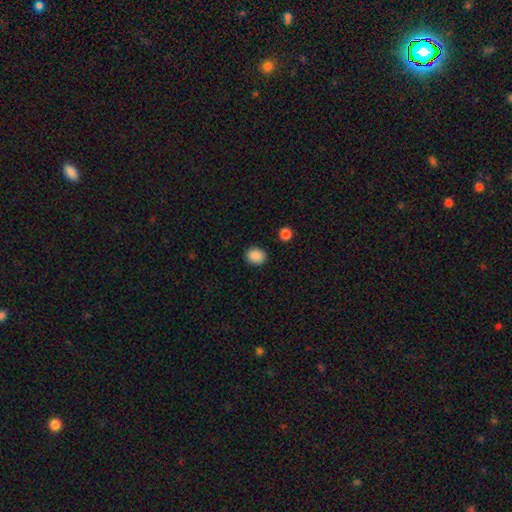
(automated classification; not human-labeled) Morphology: type=smooth (89%); roundness=round (54%); merging=none (89%).